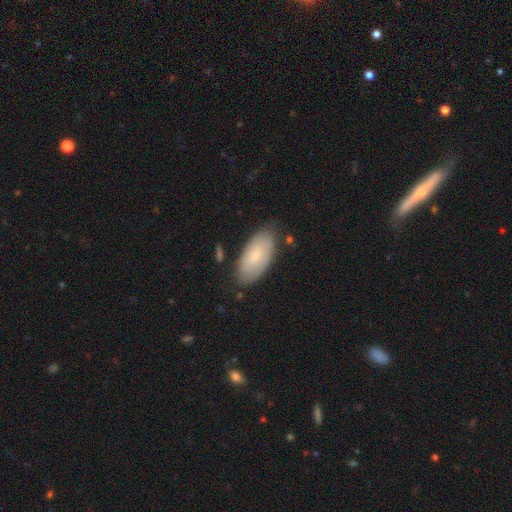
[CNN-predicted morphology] Q: Smooth or featured?
A: smooth (66%); runner-up: featured or disk (28%)
Q: How rounded?
A: in between (92%); runner-up: cigar-shaped (6%)
Q: Merging?
A: none (77%); runner-up: minor disturbance (17%)